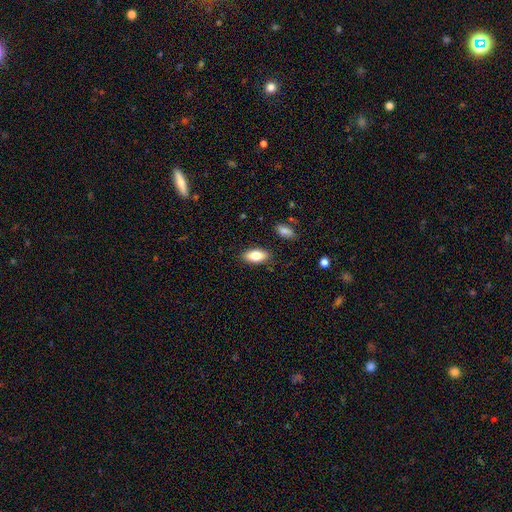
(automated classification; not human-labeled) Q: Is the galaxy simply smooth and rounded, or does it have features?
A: smooth — 79%.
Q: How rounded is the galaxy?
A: in between — 87%.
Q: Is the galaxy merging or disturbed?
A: none — 86%.